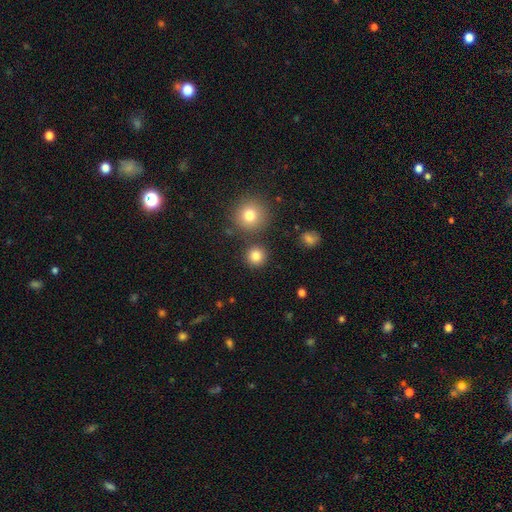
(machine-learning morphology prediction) smooth-or-featured: smooth: 83% | star or artifact: 12% | featured or disk: 5%
  how-rounded: round: 94% | in between: 5% | cigar-shaped: 1%
  merging: none: 85% | minor disturbance: 6% | merger: 6% | major disturbance: 3%